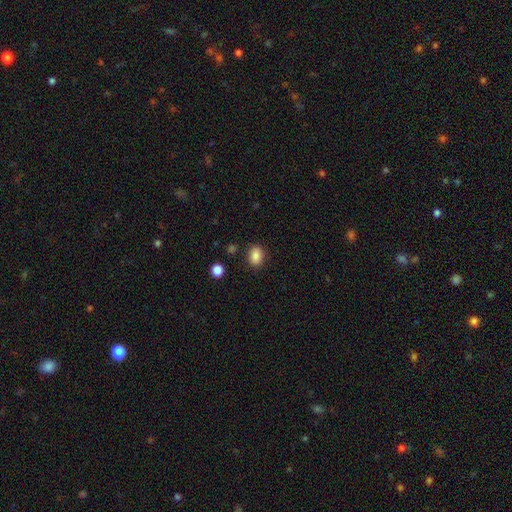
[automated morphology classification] Overall: smooth (86%). How rounded: in between (71%). Merging: none (85%).